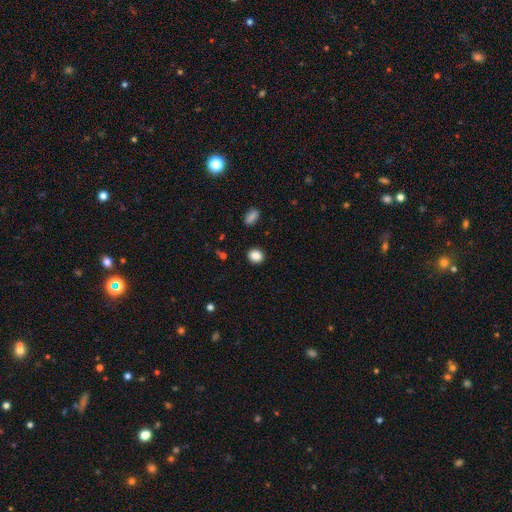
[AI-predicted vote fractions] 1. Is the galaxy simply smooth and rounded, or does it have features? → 87% smooth, 10% star or artifact, 4% featured or disk.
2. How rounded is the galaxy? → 70% round, 29% in between, 1% cigar-shaped.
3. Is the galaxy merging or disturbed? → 90% none, 6% minor disturbance, 2% major disturbance, 1% merger.